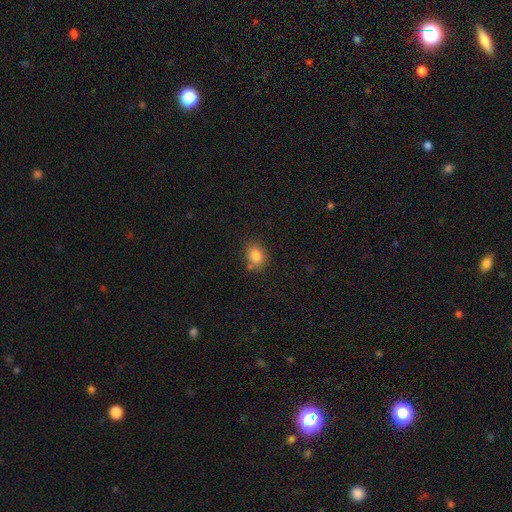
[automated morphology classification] smooth_or_featured: smooth (p=0.83) [alt: star or artifact p=0.10]
how_rounded: in between (p=0.59) [alt: round p=0.40]
merging: none (p=0.70) [alt: minor disturbance p=0.18]